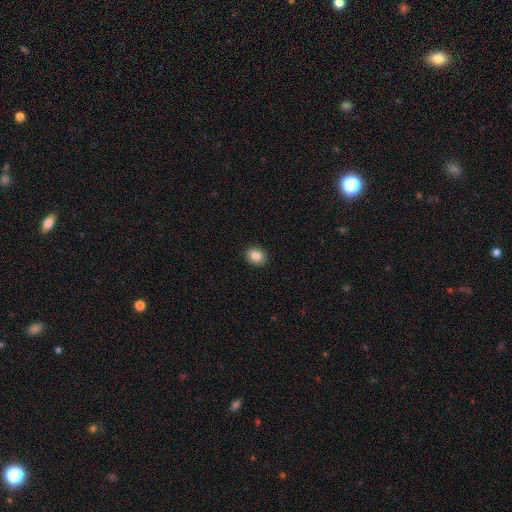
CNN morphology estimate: Smooth or featured? smooth (87%)
How rounded? in between (52%)
Merging? none (91%)